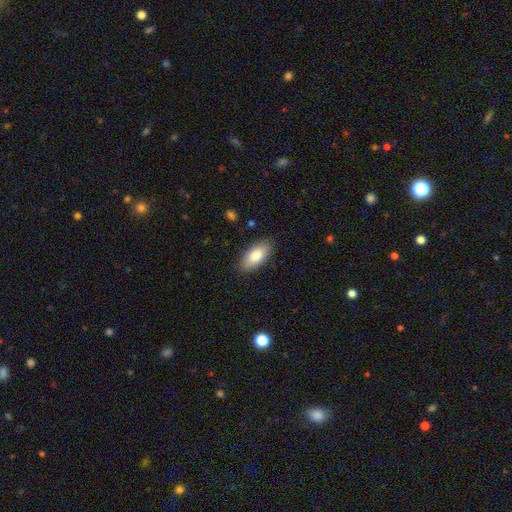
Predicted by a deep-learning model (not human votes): This is clearly a smooth galaxy (81%). How rounded: clearly in between (89%). Merging: clearly none (87%).